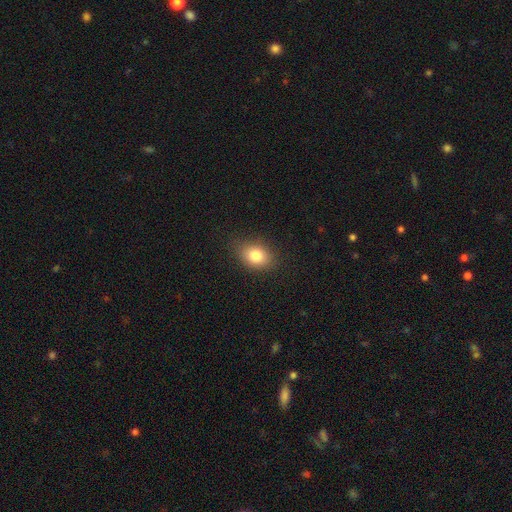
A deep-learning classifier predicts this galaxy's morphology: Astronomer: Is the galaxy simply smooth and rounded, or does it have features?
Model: smooth — 82%.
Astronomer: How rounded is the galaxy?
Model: in between — 65%.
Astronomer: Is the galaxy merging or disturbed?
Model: none — 83%.